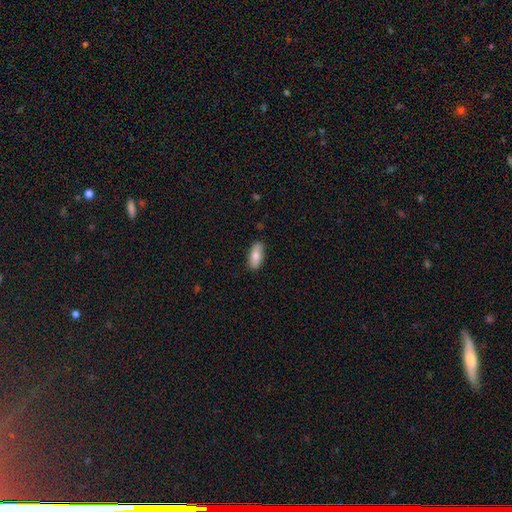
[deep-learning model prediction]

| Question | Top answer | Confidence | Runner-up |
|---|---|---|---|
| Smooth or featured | smooth | 76% | featured or disk (18%) |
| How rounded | in between | 86% | cigar-shaped (11%) |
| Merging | none | 85% | minor disturbance (12%) |